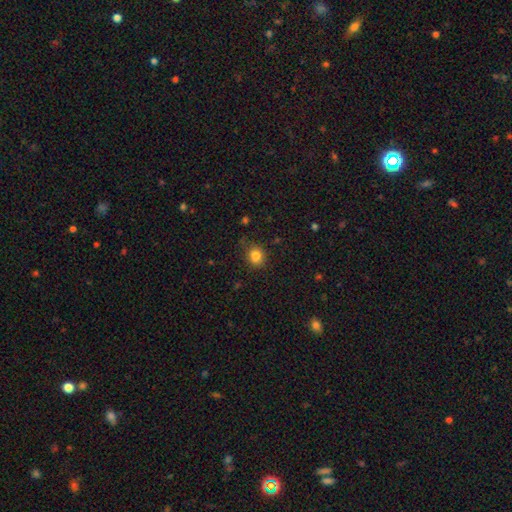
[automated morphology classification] smooth_or_featured: smooth (p=0.83) [alt: star or artifact p=0.11]
how_rounded: round (p=0.71) [alt: in between p=0.28]
merging: none (p=0.80) [alt: minor disturbance p=0.14]